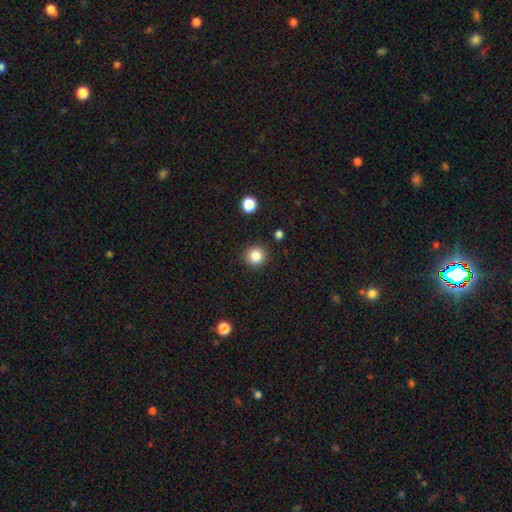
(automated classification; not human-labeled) Smooth or featured: smooth — 86% (star or artifact — 11%)
How rounded: round — 92% (in between — 7%)
Merging: none — 89% (minor disturbance — 7%)